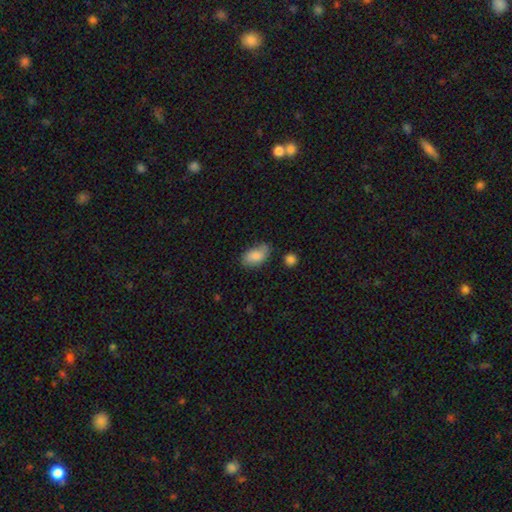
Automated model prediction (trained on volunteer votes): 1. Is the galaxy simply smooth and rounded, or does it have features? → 83% smooth, 10% featured or disk, 7% star or artifact.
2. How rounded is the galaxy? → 93% in between, 5% round, 2% cigar-shaped.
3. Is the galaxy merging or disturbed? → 66% none, 26% minor disturbance, 5% major disturbance, 3% merger.